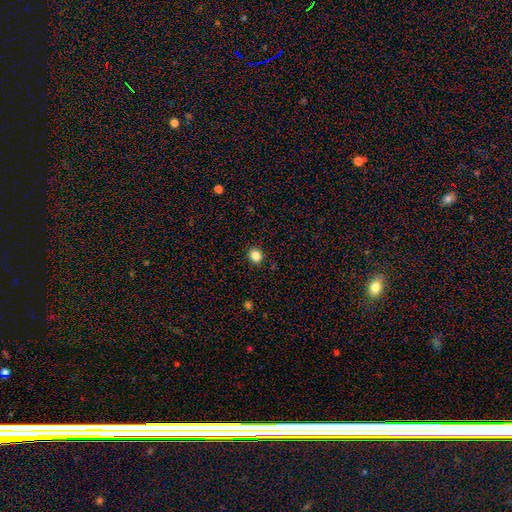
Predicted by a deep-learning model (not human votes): A smooth galaxy with no disk features (85%) that is round (73%).

Vote fractions:
- Smooth or featured? smooth: 85% / star or artifact: 11% / featured or disk: 4%
- How rounded? round: 73% / in between: 26% / cigar-shaped: 1%
- Merging? none: 91% / minor disturbance: 6% / major disturbance: 2% / merger: 1%